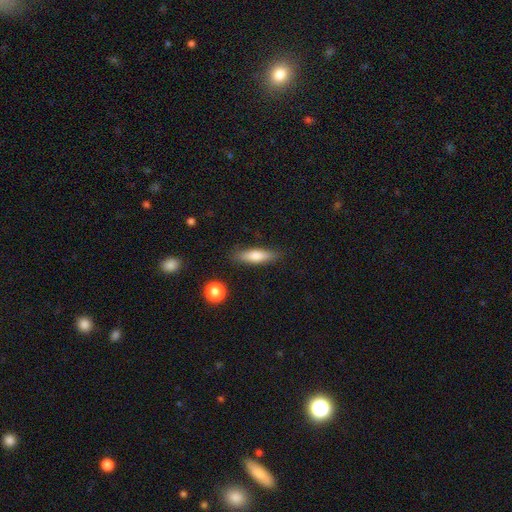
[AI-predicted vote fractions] Smooth or featured: smooth — 71% (featured or disk — 22%)
How rounded: cigar-shaped — 63% (in between — 35%)
Merging: none — 83% (minor disturbance — 12%)